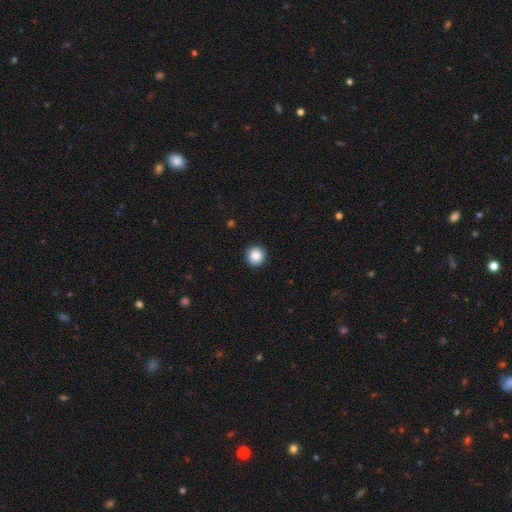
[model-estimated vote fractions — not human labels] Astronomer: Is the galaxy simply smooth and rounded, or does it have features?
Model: smooth — 87%.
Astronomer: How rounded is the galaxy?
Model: round — 94%.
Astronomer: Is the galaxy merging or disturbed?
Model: none — 91%.